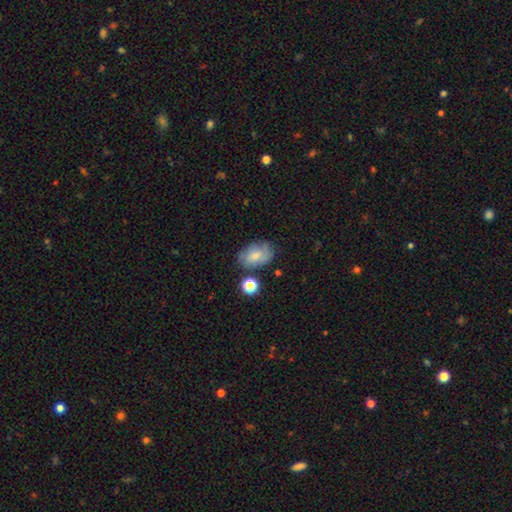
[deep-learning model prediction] Overall: smooth (70%). How rounded: in between (85%). Merging: none (61%; minor disturbance 24%).